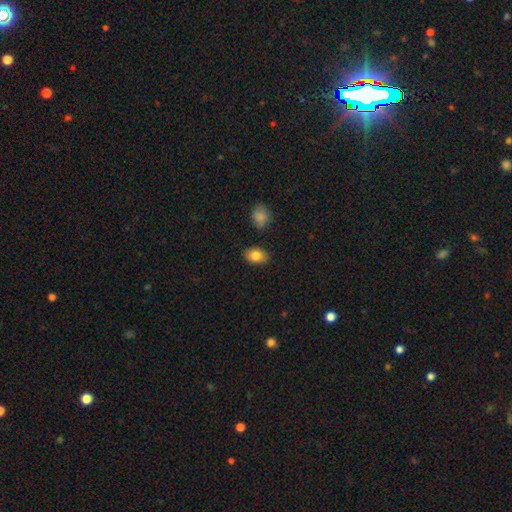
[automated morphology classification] smooth-or-featured: smooth: 84% | featured or disk: 9% | star or artifact: 8%
  how-rounded: in between: 84% | round: 15% | cigar-shaped: 1%
  merging: none: 86% | minor disturbance: 10% | merger: 2% | major disturbance: 2%